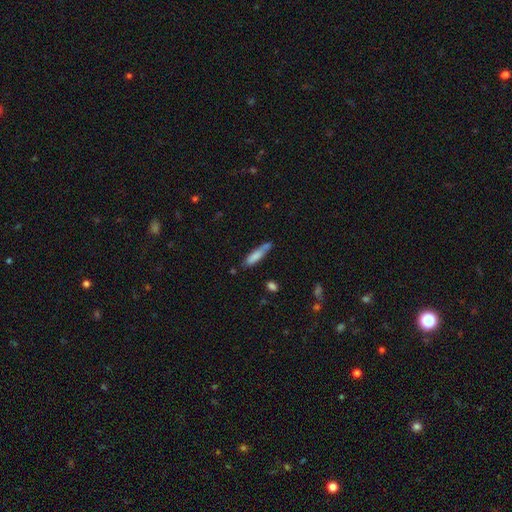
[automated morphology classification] This appears to be a smooth galaxy with no disk features (77%) that is cigar-shaped (77%). Merging: none (58%).